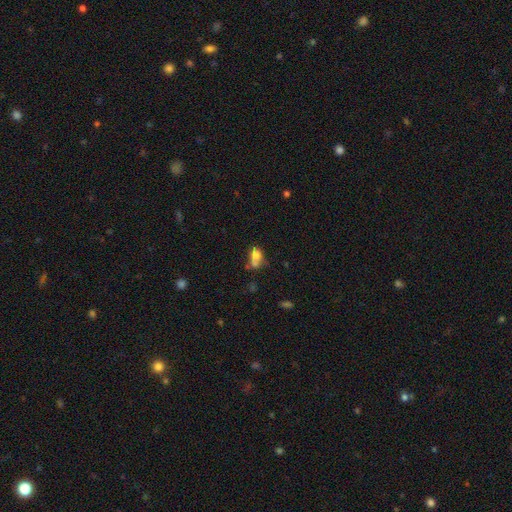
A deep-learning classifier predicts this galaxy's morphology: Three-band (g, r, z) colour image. It shows a smooth galaxy with no disk features (71%) that is in between round and cigar-shaped (58%). Merging: merger (51%).